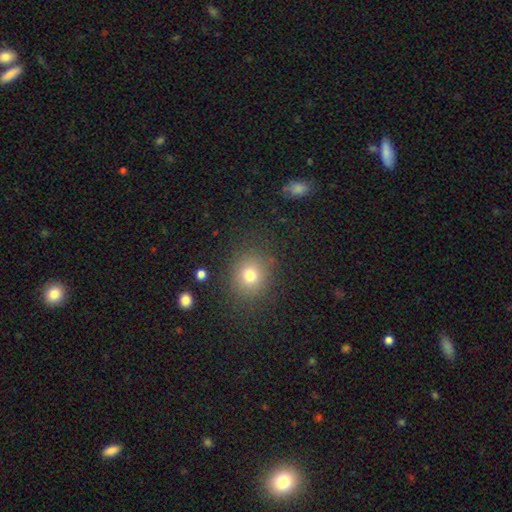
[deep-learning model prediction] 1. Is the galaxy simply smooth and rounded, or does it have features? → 67% smooth, 26% star or artifact, 7% featured or disk.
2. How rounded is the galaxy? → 76% round, 23% in between, 1% cigar-shaped.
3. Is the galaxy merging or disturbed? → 90% none, 6% minor disturbance, 2% major disturbance, 2% merger.